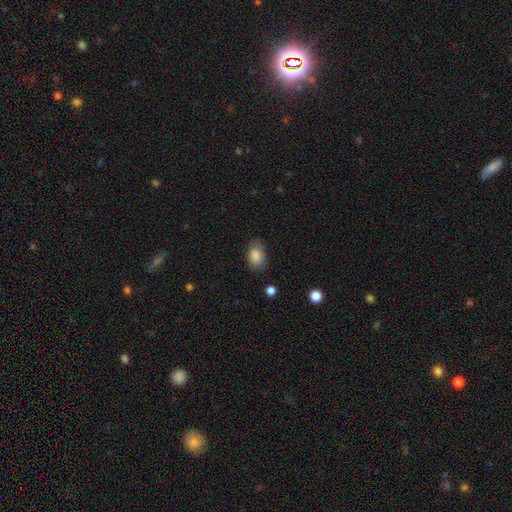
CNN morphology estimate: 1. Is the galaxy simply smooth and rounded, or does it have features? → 87% smooth, 8% star or artifact, 5% featured or disk.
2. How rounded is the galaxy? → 84% in between, 15% round, 1% cigar-shaped.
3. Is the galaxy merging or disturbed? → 78% none, 16% minor disturbance, 4% major disturbance, 1% merger.